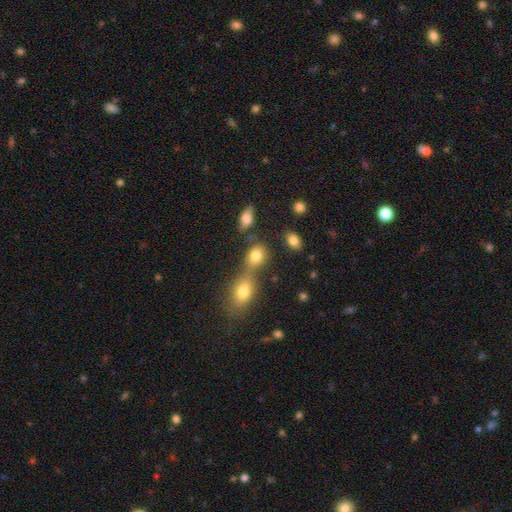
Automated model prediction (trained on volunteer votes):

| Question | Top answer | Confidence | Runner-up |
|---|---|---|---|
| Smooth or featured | smooth | 79% | star or artifact (12%) |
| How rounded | in between | 59% | round (39%) |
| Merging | none | 43% | merger (42%) |